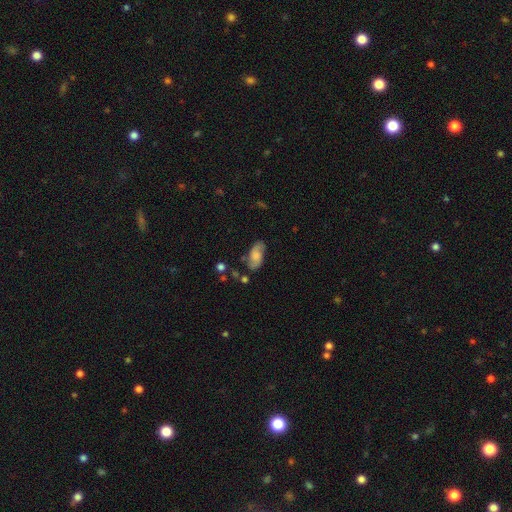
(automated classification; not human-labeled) Morphology: type=smooth (53%); roundness=in between (90%); merging=none (72%).